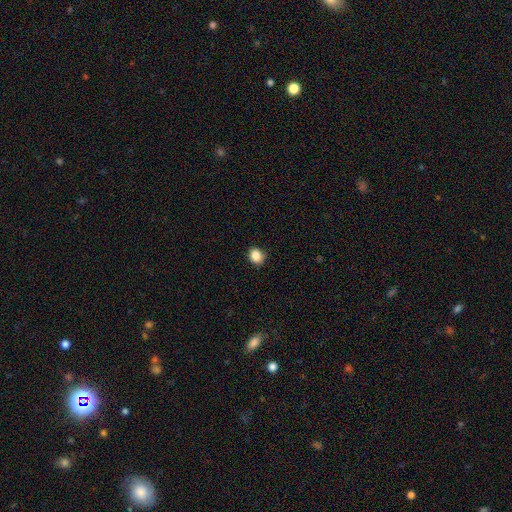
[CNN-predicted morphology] Smooth or featured? smooth (87%)
How rounded? round (64%)
Merging? none (86%)